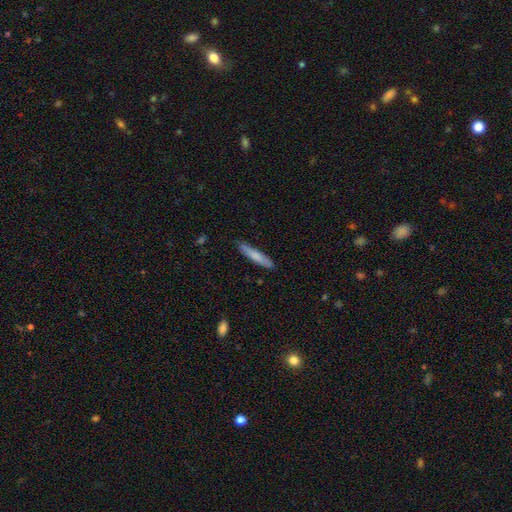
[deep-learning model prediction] smooth_or_featured: smooth (p=0.71) [alt: featured or disk p=0.23]
how_rounded: cigar-shaped (p=0.93) [alt: in between p=0.06]
merging: none (p=0.87) [alt: minor disturbance p=0.10]